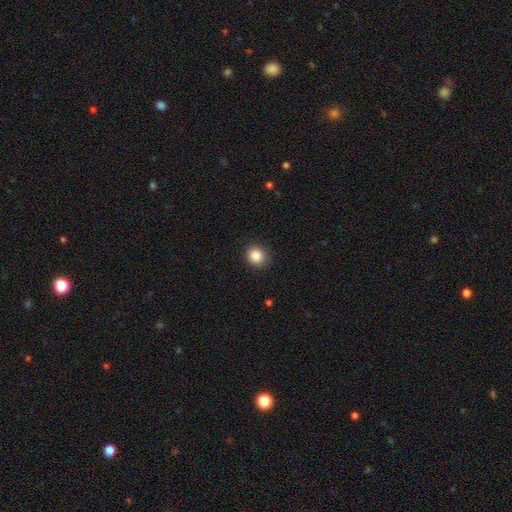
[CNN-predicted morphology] smooth_or_featured: smooth (p=0.86) [alt: star or artifact p=0.09]
how_rounded: round (p=0.78) [alt: in between p=0.21]
merging: none (p=0.89) [alt: minor disturbance p=0.07]